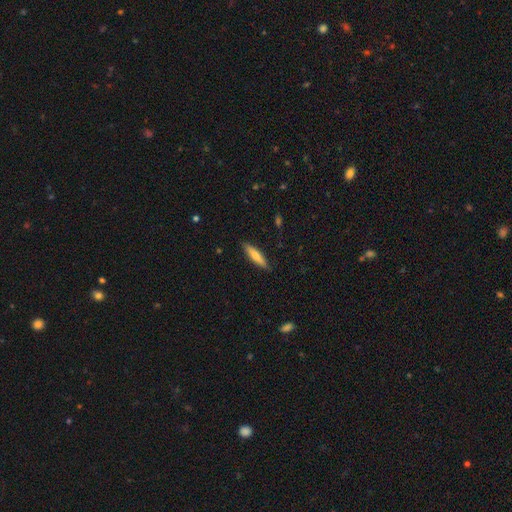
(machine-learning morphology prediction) A smooth galaxy with no disk features (65%) that is cigar-shaped (79%). Merging: none (88%).